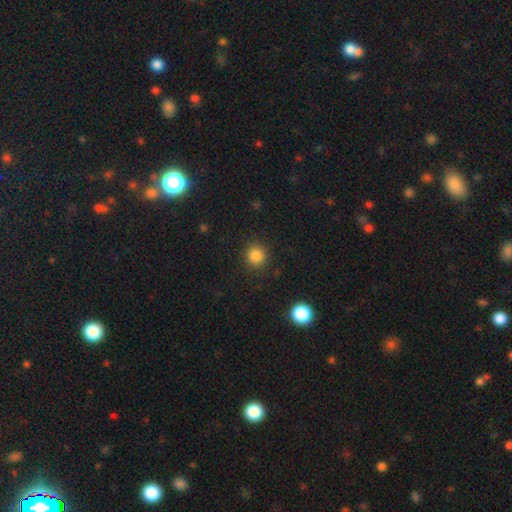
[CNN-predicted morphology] smooth-or-featured: smooth: 85% | star or artifact: 11% | featured or disk: 4%
  how-rounded: round: 92% | in between: 7% | cigar-shaped: 1%
  merging: none: 90% | minor disturbance: 6% | major disturbance: 3% | merger: 1%